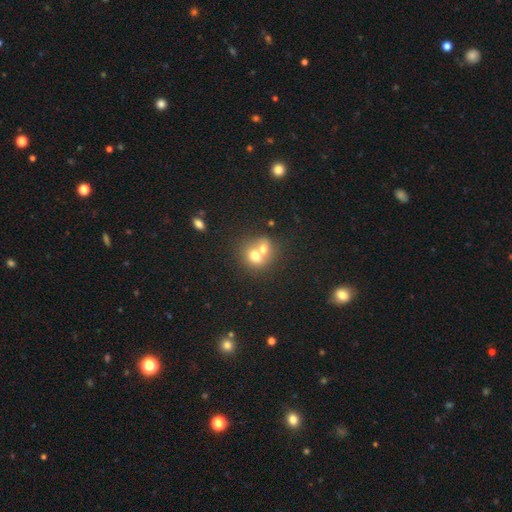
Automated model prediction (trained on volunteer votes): This is likely a smooth galaxy (67%). How rounded: likely round (64%). Merging: likely merger (70%).